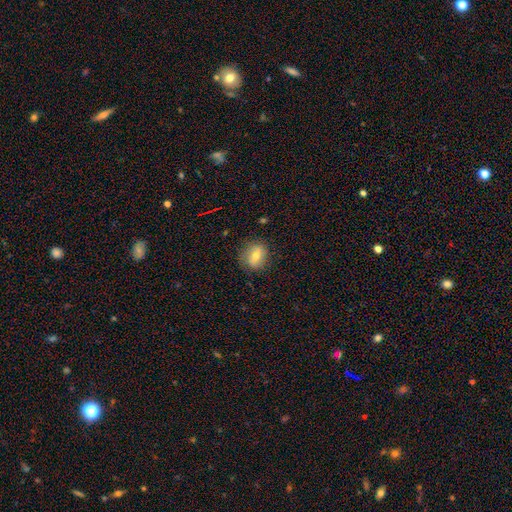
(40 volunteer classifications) Q: Smooth or featured?
A: smooth (72%); runner-up: featured or disk (15%)
Q: How rounded?
A: round (59%); runner-up: in between (41%)
Q: Merging?
A: none (71%); runner-up: minor disturbance (23%)